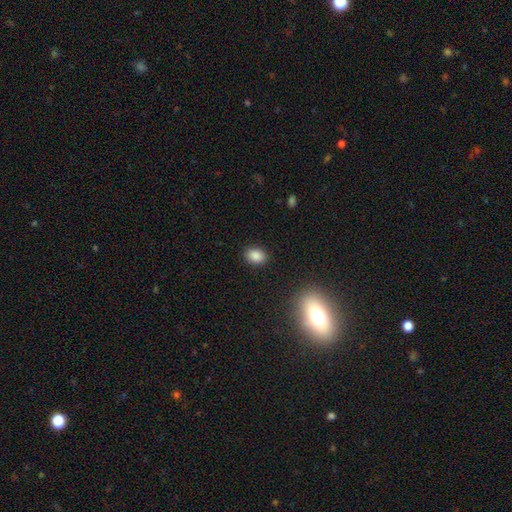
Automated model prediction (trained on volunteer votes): A smooth galaxy with no disk features (86%) that is in between round and cigar-shaped (69%).

Vote fractions:
- Smooth or featured? smooth: 86% / star or artifact: 10% / featured or disk: 4%
- How rounded? in between: 69% / round: 30% / cigar-shaped: 1%
- Merging? none: 88% / minor disturbance: 8% / major disturbance: 2% / merger: 1%